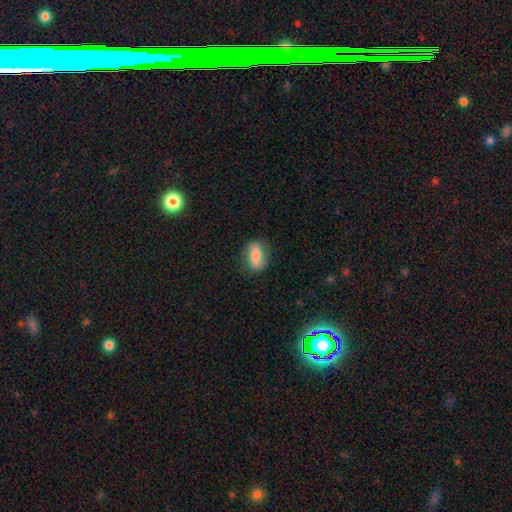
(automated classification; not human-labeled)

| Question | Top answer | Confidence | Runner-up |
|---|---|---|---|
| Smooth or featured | smooth | 67% | featured or disk (26%) |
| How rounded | in between | 82% | round (10%) |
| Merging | none | 77% | minor disturbance (17%) |